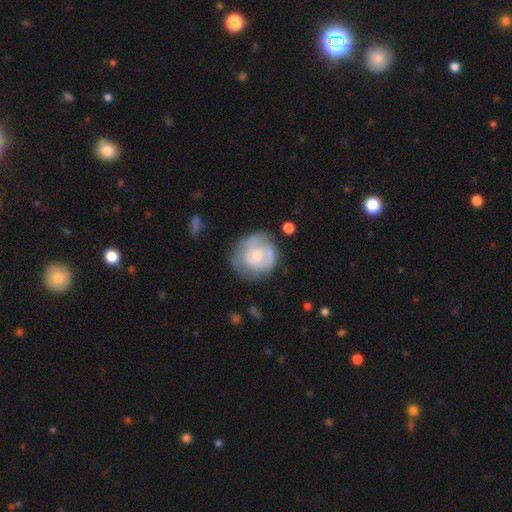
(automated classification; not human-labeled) Smooth or featured?
  - featured or disk: 56% *
  - smooth: 38%
  - star or artifact: 6%
Edge-on disk?
  - no: 98% *
  - yes: 2%
Bar?
  - no: 78% *
  - weak: 19%
  - strong: 3%
Spiral arms?
  - yes: 58% *
  - no: 42%
Bulge size?
  - moderate: 47% *
  - small: 35%
  - large: 9%
  - none: 7%
  - dominant: 2%
Merging?
  - none: 57% *
  - minor disturbance: 26%
  - major disturbance: 14%
  - merger: 4%